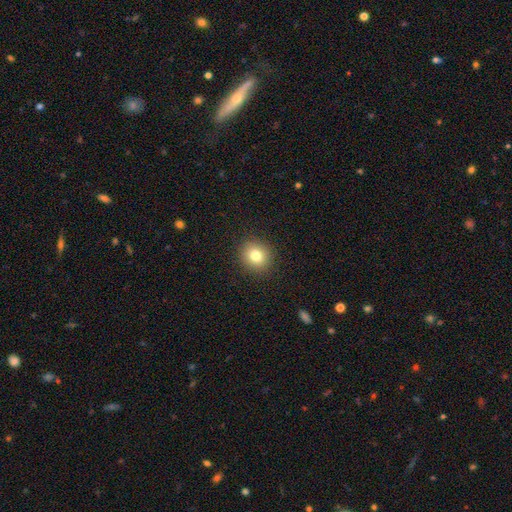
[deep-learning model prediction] Smooth or featured? Predicted: smooth (p=0.80). How rounded? Predicted: round (p=0.84). Merging? Predicted: none (p=0.91).